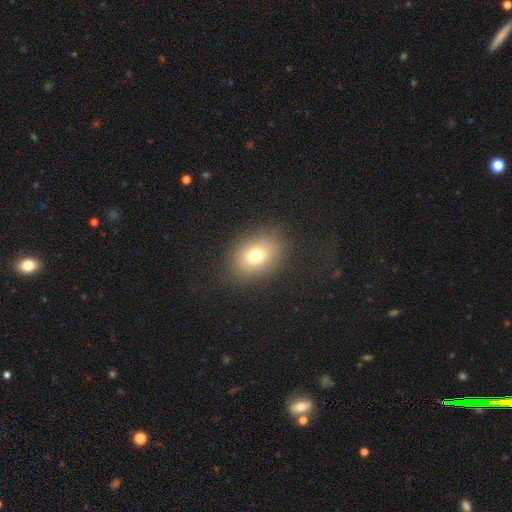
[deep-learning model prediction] A smooth galaxy with no disk features (74%) that is in between round and cigar-shaped (68%).

Vote fractions:
- Smooth or featured? smooth: 74% / star or artifact: 13% / featured or disk: 12%
- How rounded? in between: 68% / round: 31% / cigar-shaped: 1%
- Merging? none: 86% / minor disturbance: 9% / major disturbance: 4% / merger: 1%